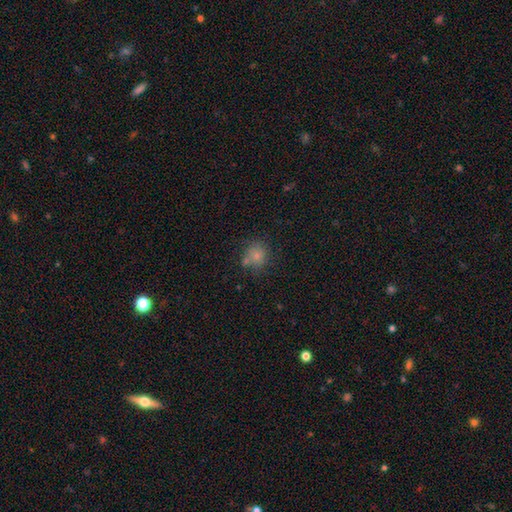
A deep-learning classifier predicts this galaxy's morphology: This appears to be a smooth galaxy with no disk features (77%) that is round (81%). Merging: none (63%).